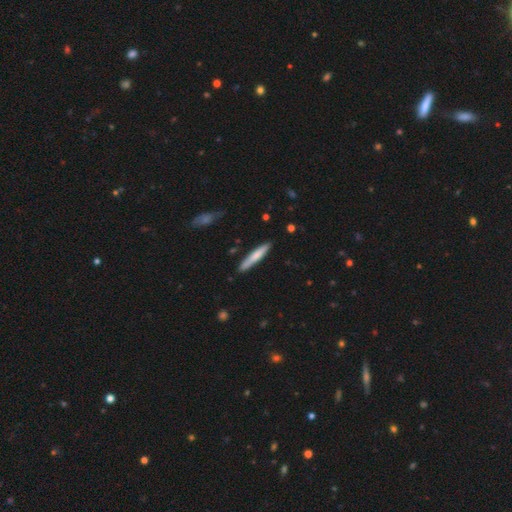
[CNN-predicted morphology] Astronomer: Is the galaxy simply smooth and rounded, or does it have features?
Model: smooth — 70%.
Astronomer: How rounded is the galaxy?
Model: cigar-shaped — 92%.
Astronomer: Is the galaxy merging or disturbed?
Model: none — 86%.